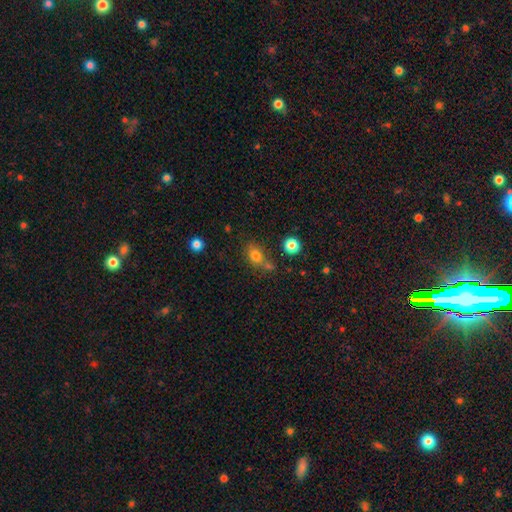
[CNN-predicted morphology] Q: Smooth or featured?
A: smooth (75%); runner-up: star or artifact (14%)
Q: How rounded?
A: in between (58%); runner-up: round (39%)
Q: Merging?
A: none (55%); runner-up: merger (21%)